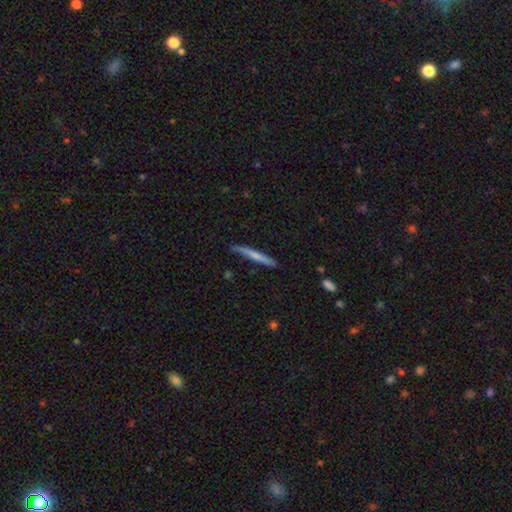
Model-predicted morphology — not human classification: Smooth or featured? Predicted: smooth (p=0.57). How rounded? Predicted: cigar-shaped (p=0.96). Merging? Predicted: none (p=0.85).